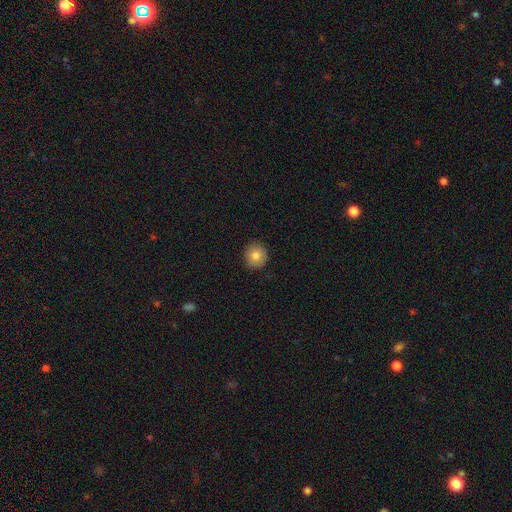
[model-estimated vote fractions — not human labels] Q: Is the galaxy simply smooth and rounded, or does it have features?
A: smooth — 82%.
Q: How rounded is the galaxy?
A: round — 92%.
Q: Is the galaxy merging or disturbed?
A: none — 91%.